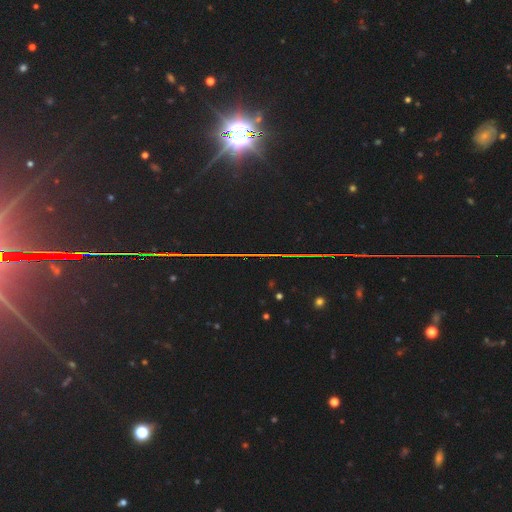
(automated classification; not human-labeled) This is clearly a star or artifact rather than a galaxy (87%).